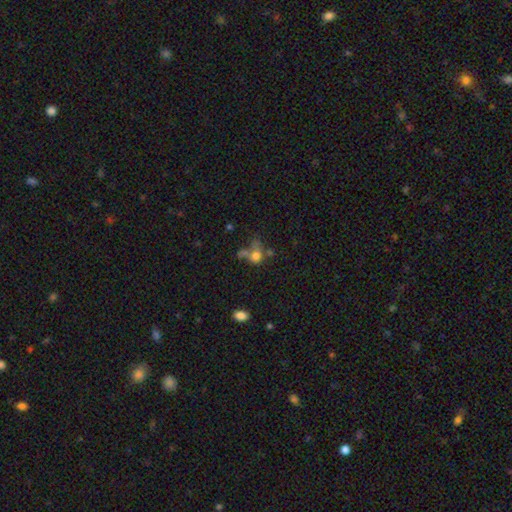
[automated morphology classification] A smooth galaxy with no disk features (66%) that is round (67%). Merging: merger (37%).